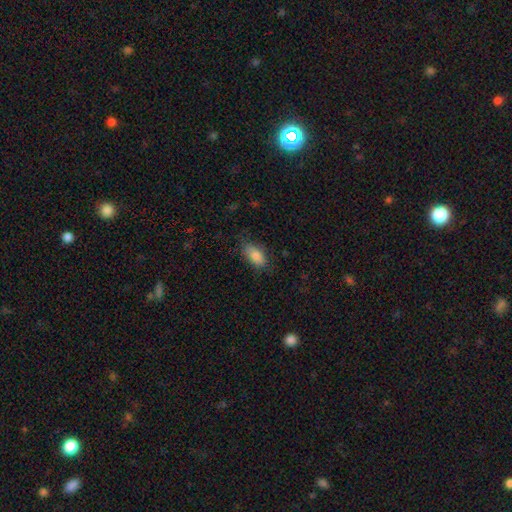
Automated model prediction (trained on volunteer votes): Smooth or featured: smooth — 84% (featured or disk — 9%)
How rounded: in between — 89% (cigar-shaped — 7%)
Merging: none — 74% (minor disturbance — 20%)